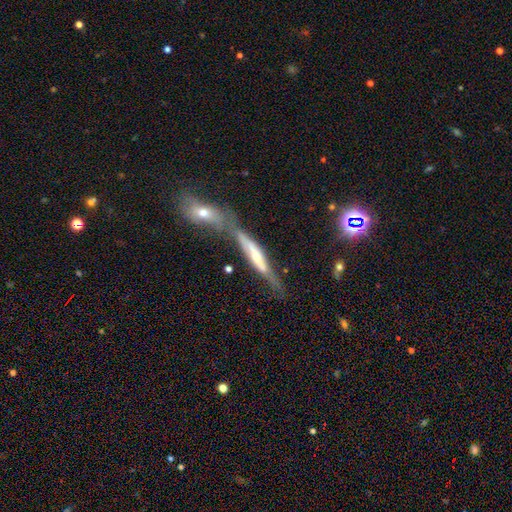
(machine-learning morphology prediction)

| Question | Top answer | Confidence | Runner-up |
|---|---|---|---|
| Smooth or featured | featured or disk | 60% | smooth (32%) |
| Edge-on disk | yes | 79% | no (21%) |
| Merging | merger | 44% | none (34%) |